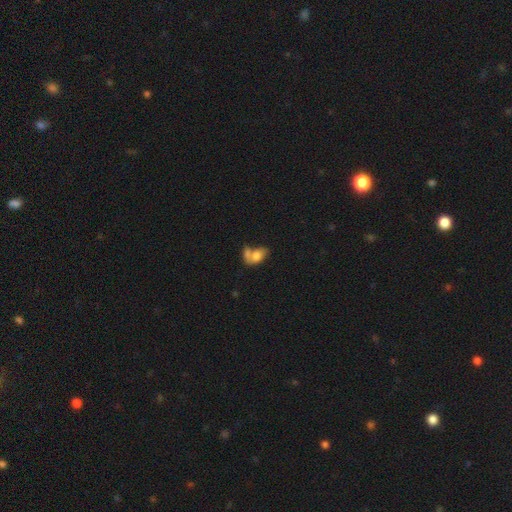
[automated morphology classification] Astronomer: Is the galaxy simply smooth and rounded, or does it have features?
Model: smooth — 72%.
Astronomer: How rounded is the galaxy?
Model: in between — 84%.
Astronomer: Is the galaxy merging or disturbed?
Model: merger — 56%.